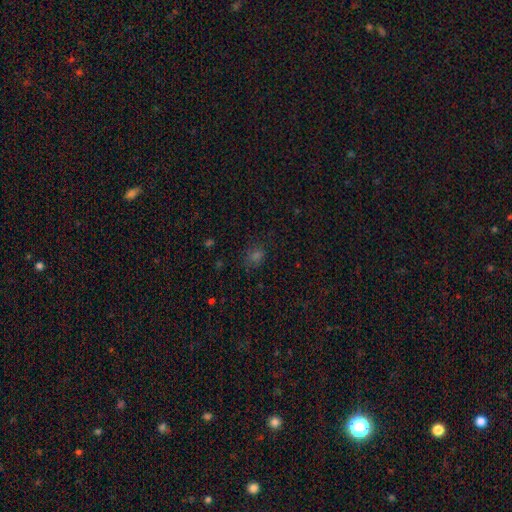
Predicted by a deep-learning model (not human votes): smooth-or-featured: smooth: 60% | star or artifact: 32% | featured or disk: 8%
  how-rounded: in between: 52% | round: 46% | cigar-shaped: 2%
  merging: none: 75% | minor disturbance: 16% | major disturbance: 6% | merger: 2%